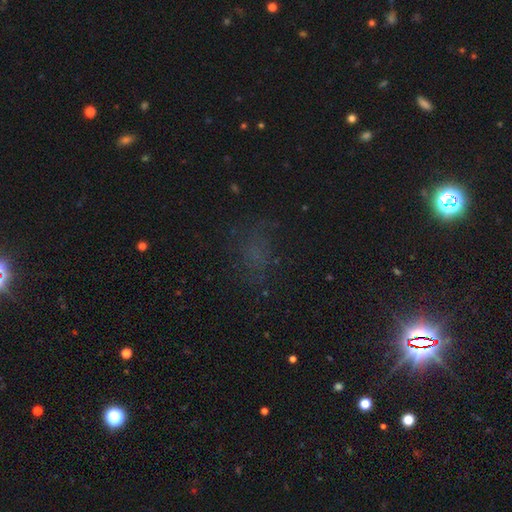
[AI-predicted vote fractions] Smooth or featured? Predicted: star or artifact (p=0.52).